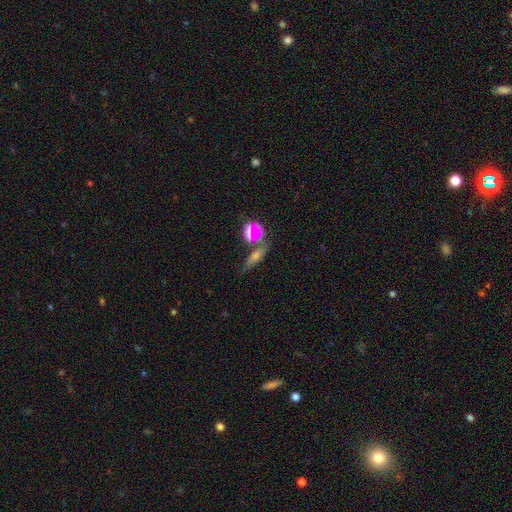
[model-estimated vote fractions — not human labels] smooth-or-featured: featured or disk: 38% | smooth: 36% | star or artifact: 26%
  merging: none: 63% | merger: 19% | minor disturbance: 12% | major disturbance: 6%